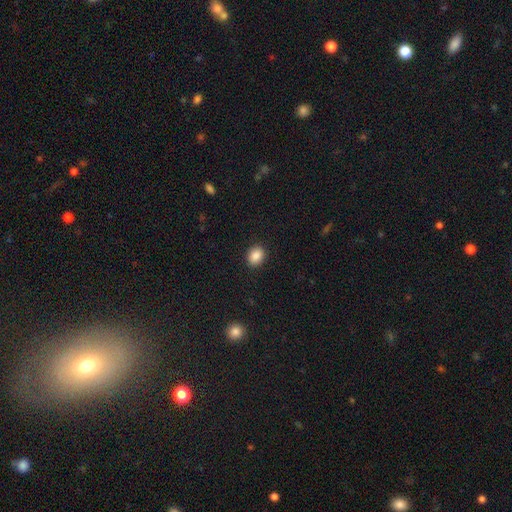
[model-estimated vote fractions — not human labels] smooth_or_featured: smooth (p=0.88) [alt: star or artifact p=0.08]
how_rounded: in between (p=0.50) [alt: round p=0.49]
merging: none (p=0.91) [alt: minor disturbance p=0.06]